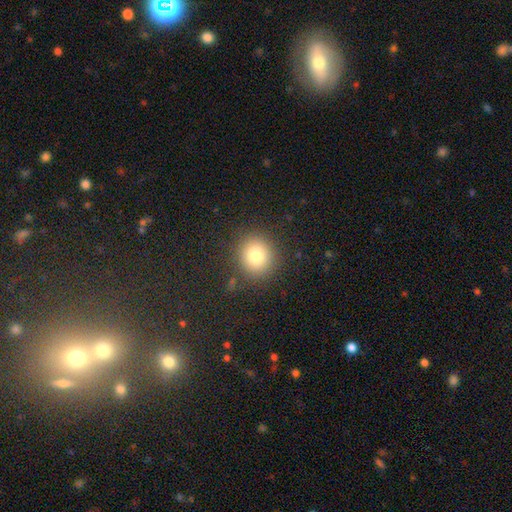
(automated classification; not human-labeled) Morphology: type=smooth (79%); roundness=round (89%); merging=none (87%).